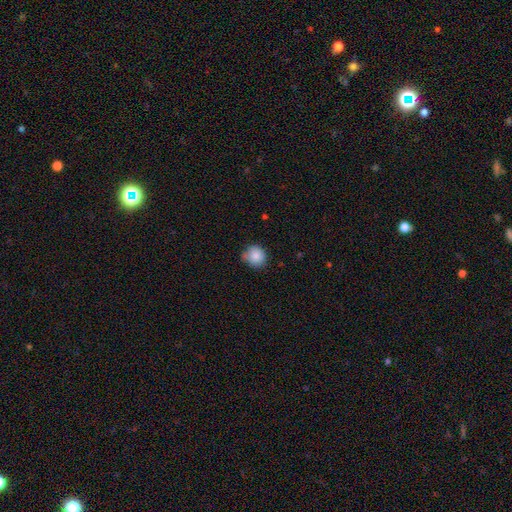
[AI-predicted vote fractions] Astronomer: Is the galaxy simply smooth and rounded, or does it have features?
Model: smooth — 85%.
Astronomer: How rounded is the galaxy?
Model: round — 86%.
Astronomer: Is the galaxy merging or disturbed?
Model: none — 67%.